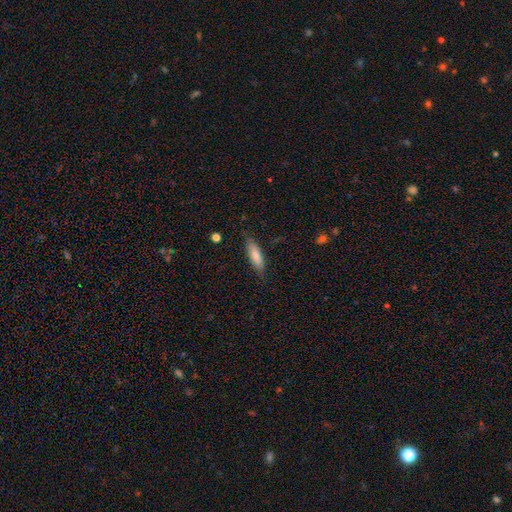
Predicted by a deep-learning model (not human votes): smooth 76%, featured or disk 18%, star or artifact 6%. Down the decision tree: how rounded — cigar-shaped (58%); merging — none (80%).